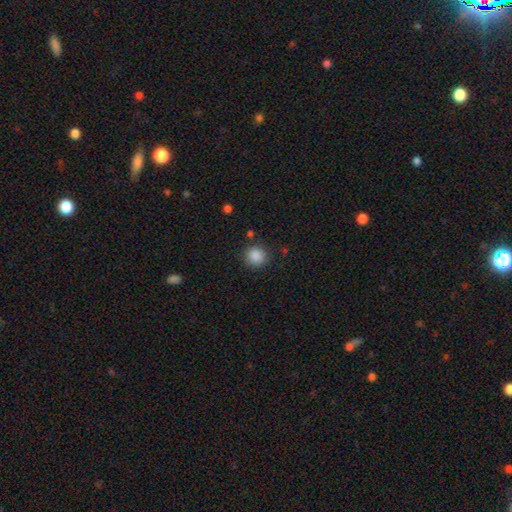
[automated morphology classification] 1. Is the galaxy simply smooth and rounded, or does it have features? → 88% smooth, 9% star or artifact, 3% featured or disk.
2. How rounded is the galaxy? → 90% round, 9% in between, 1% cigar-shaped.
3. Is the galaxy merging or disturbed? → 87% none, 8% minor disturbance, 3% major disturbance, 2% merger.